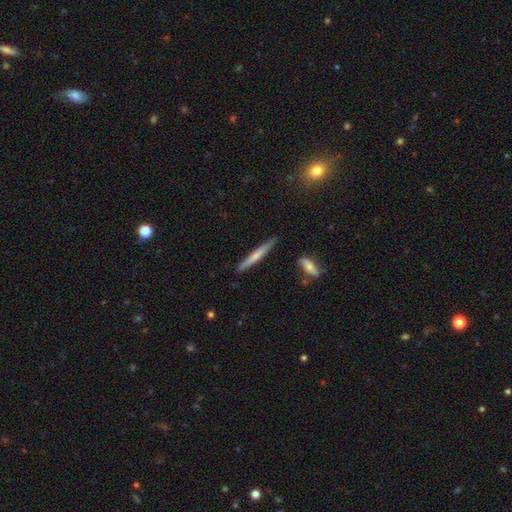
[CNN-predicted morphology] smooth-or-featured: smooth: 54% | featured or disk: 41% | star or artifact: 6%
  how-rounded: cigar-shaped: 96% | in between: 3% | round: 1%
  merging: none: 87% | minor disturbance: 9% | merger: 2% | major disturbance: 2%